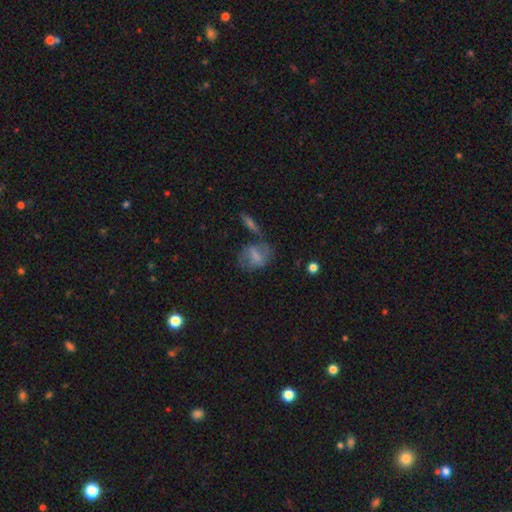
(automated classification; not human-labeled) Q: Smooth or featured?
A: smooth (56%); runner-up: featured or disk (33%)
Q: How rounded?
A: in between (61%); runner-up: round (35%)
Q: Merging?
A: none (47%); runner-up: minor disturbance (22%)